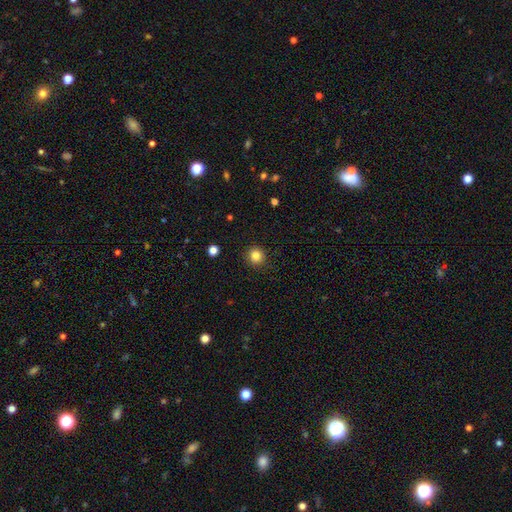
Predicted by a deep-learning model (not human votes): A smooth galaxy with no disk features (84%) that is round (93%).

Vote fractions:
- Smooth or featured? smooth: 84% / star or artifact: 12% / featured or disk: 5%
- How rounded? round: 93% / in between: 6% / cigar-shaped: 1%
- Merging? none: 91% / minor disturbance: 6% / major disturbance: 2% / merger: 1%